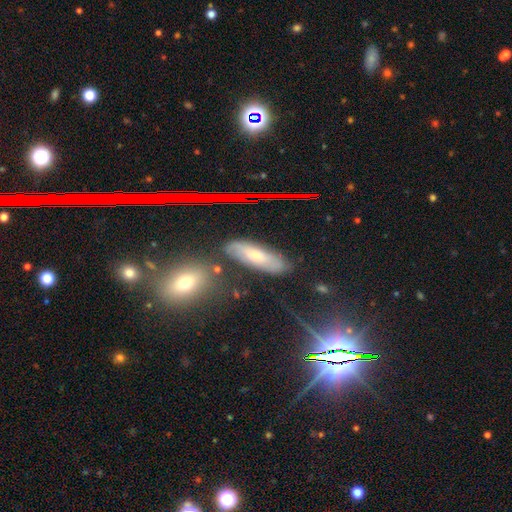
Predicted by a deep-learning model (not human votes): Smooth or featured? smooth (46%)
Merging? none (76%)